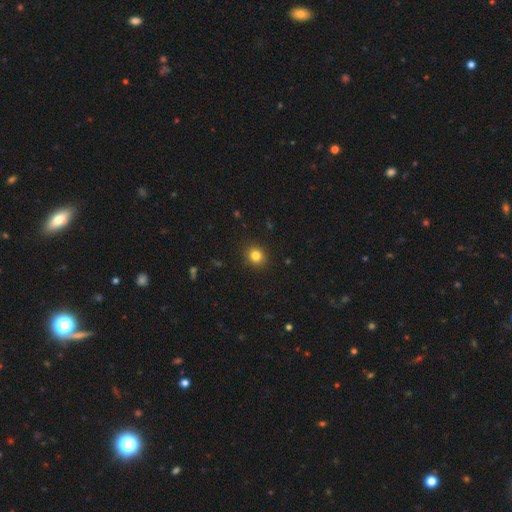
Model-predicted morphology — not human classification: This is clearly a smooth galaxy (83%). How rounded: clearly round (81%). Merging: clearly none (91%).